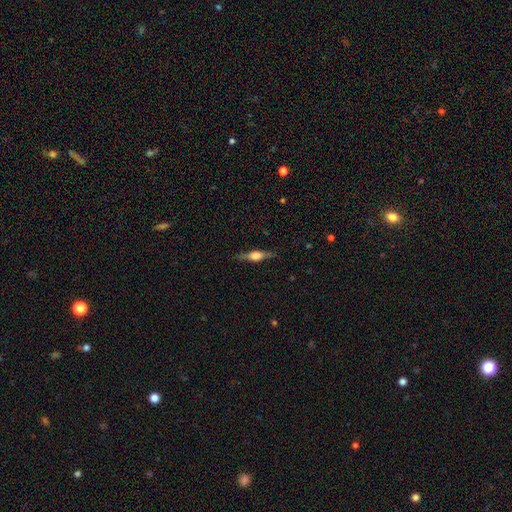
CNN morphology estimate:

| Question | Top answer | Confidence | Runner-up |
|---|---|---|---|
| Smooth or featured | featured or disk | 65% | smooth (29%) |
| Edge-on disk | yes | 96% | no (4%) |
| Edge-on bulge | rounded | 88% | boxy (9%) |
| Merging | none | 85% | minor disturbance (11%) |